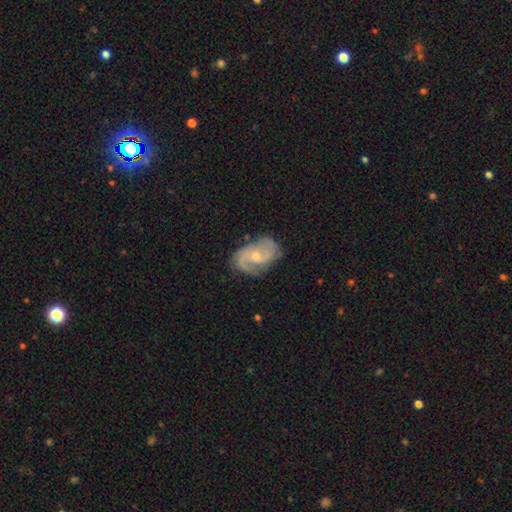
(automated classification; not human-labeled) A featured or disk galaxy (79%) with no bar (57%), 2 (75%) medium (49%) spiral arms (94%) and a small central bulge (49%).

Vote fractions:
- Smooth or featured? featured or disk: 79% / smooth: 15% / star or artifact: 6%
- Edge-on disk? no: 97% / yes: 3%
- Bar? no: 57% / weak: 38% / strong: 5%
- Spiral arms? yes: 94% / no: 6%
- Spiral winding? medium: 49% / tight: 26% / loose: 25%
- Spiral arm count? 2: 75% / can't tell: 11% / 3: 7% / 1: 4% / 4: 2% / more than 4: 2%
- Bulge size? small: 49% / moderate: 45% / none: 4% / large: 2% / dominant: 1%
- Merging? none: 69% / minor disturbance: 22% / major disturbance: 8% / merger: 2%